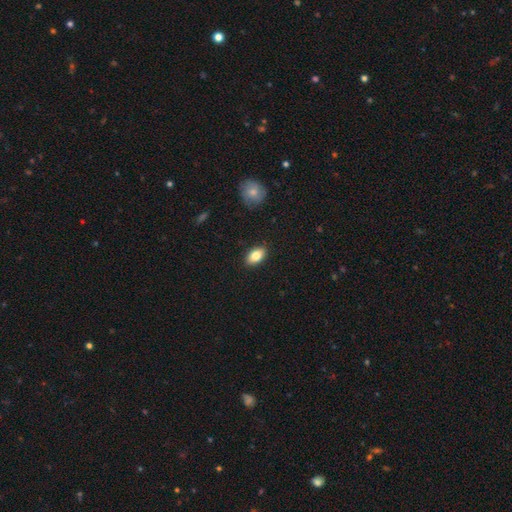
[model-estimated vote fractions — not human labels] The model was most divided on "smooth or featured": smooth: 82%, featured or disk: 11%, star or artifact: 7%. More confident: how rounded — in between (91%); merging — none (88%).